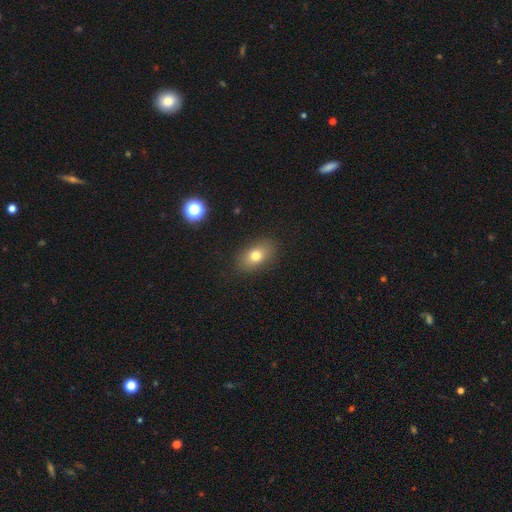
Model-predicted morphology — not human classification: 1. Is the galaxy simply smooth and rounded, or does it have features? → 76% smooth, 13% featured or disk, 11% star or artifact.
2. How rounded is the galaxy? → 83% in between, 15% round, 2% cigar-shaped.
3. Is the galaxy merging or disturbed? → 86% none, 10% minor disturbance, 3% major disturbance, 1% merger.